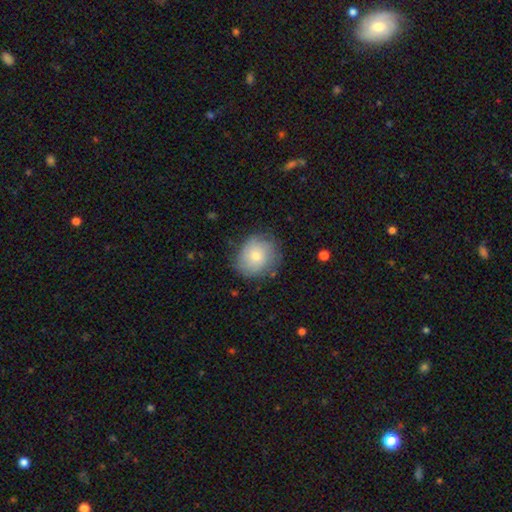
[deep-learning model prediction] Overall: smooth (69%). How rounded: round (77%). Merging: none (72%).